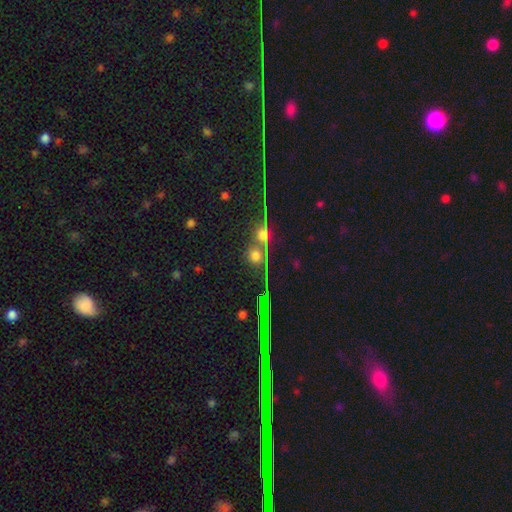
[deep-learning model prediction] This is possibly a smooth galaxy (48%). Merging: likely none (69%).